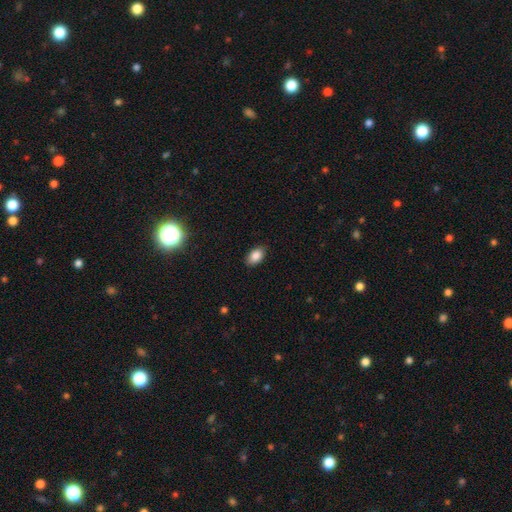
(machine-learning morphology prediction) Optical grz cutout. It shows a smooth galaxy with no disk features (86%) that is in between round and cigar-shaped (91%). Merging: none (86%).